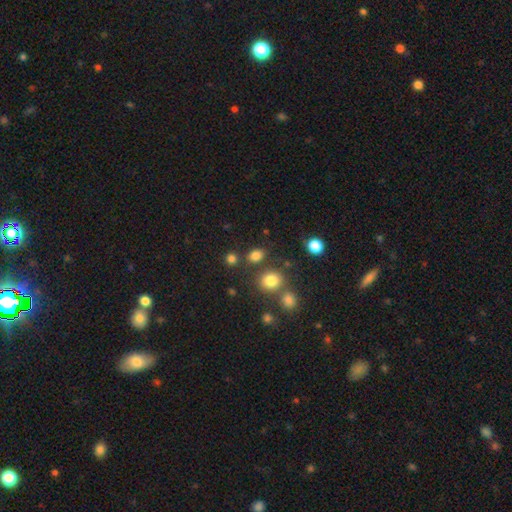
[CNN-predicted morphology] Smooth or featured: smooth — 80% (star or artifact — 14%)
How rounded: in between — 57% (round — 42%)
Merging: none — 74% (merger — 11%)